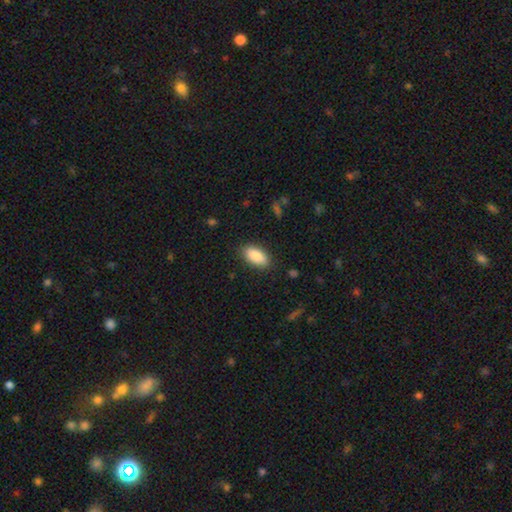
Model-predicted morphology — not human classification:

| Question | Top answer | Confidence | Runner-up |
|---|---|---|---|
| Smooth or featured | smooth | 88% | star or artifact (7%) |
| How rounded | in between | 92% | cigar-shaped (6%) |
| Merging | none | 86% | minor disturbance (10%) |